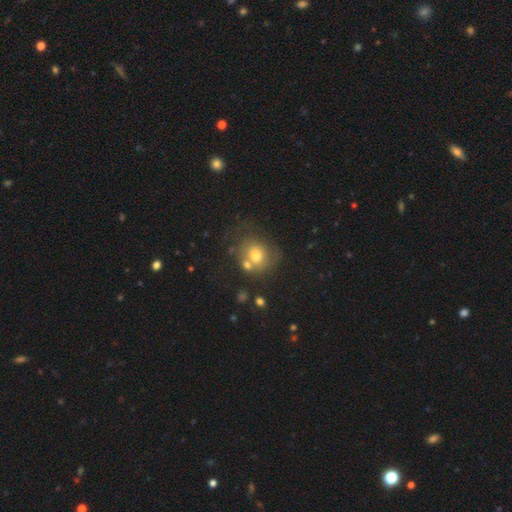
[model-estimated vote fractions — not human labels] smooth 69%, featured or disk 19%, star or artifact 12%. Down the decision tree: how rounded — round (77%); merging — none (47%).